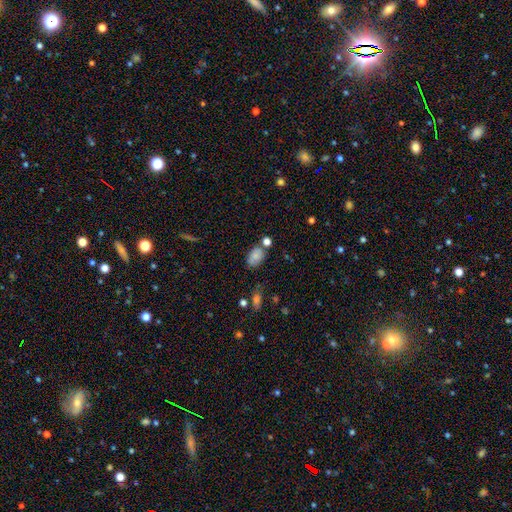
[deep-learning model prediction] Smooth or featured: smooth — 79% (star or artifact — 11%)
How rounded: in between — 85% (round — 14%)
Merging: none — 63% (minor disturbance — 20%)